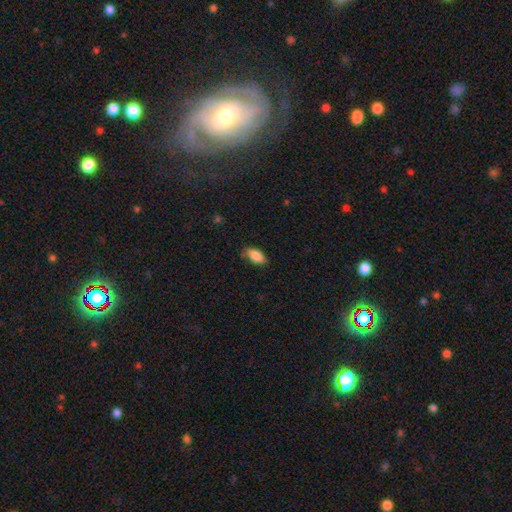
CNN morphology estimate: A smooth galaxy with no disk features (86%) that is in between round and cigar-shaped (91%). Merging: none (73%).